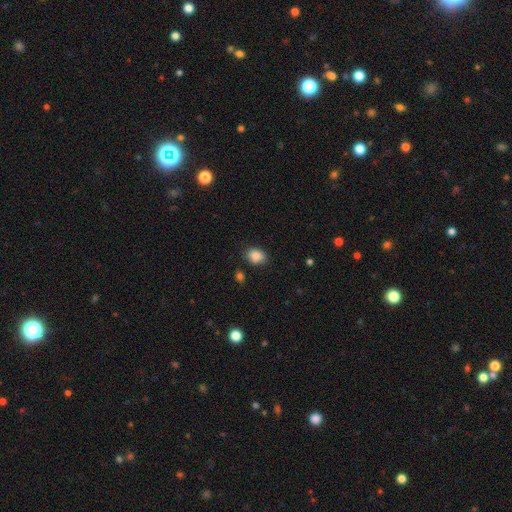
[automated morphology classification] smooth_or_featured: smooth (p=0.86) [alt: star or artifact p=0.09]
how_rounded: in between (p=0.67) [alt: round p=0.32]
merging: none (p=0.82) [alt: minor disturbance p=0.12]